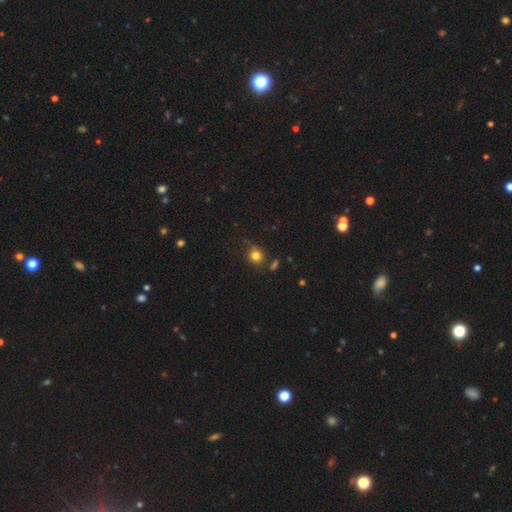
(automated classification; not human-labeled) This appears to be a smooth galaxy with no disk features (80%) that is round (81%). Merging: none (73%).